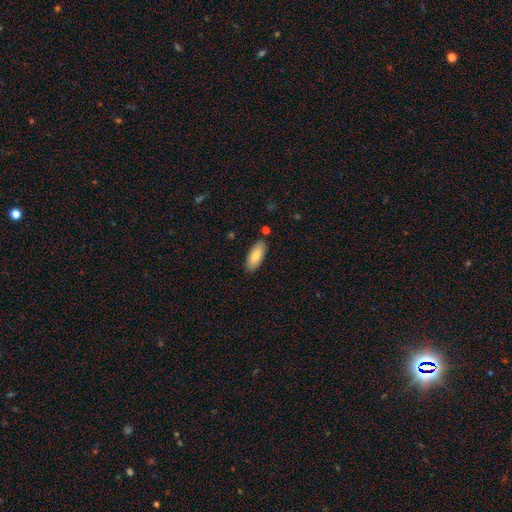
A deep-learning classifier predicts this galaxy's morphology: A smooth galaxy with no disk features (83%) that is in between round and cigar-shaped (81%).

Vote fractions:
- Smooth or featured? smooth: 83% / featured or disk: 11% / star or artifact: 6%
- How rounded? in between: 81% / cigar-shaped: 18% / round: 2%
- Merging? none: 85% / minor disturbance: 10% / merger: 3% / major disturbance: 2%